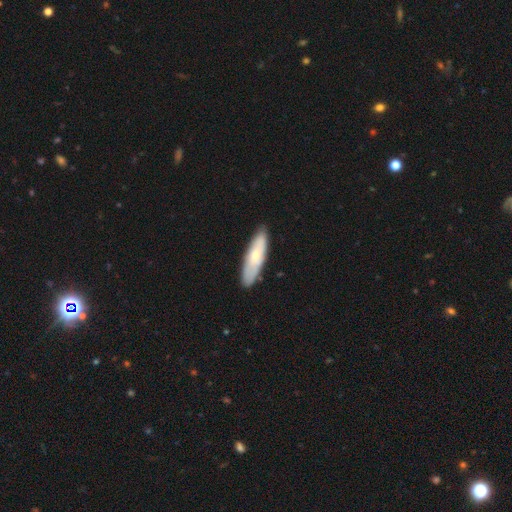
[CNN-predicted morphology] smooth_or_featured: smooth (p=0.60) [alt: featured or disk p=0.35]
how_rounded: cigar-shaped (p=0.57) [alt: in between p=0.41]
merging: none (p=0.82) [alt: minor disturbance p=0.14]